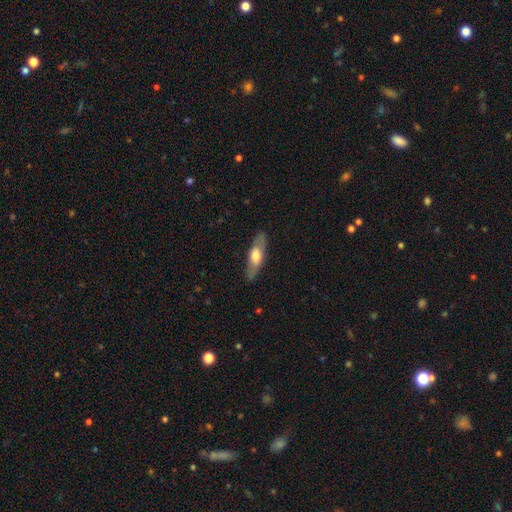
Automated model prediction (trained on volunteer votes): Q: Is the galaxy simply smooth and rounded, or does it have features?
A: smooth — 51%.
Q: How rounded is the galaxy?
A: cigar-shaped — 51%.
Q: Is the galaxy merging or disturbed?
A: none — 84%.